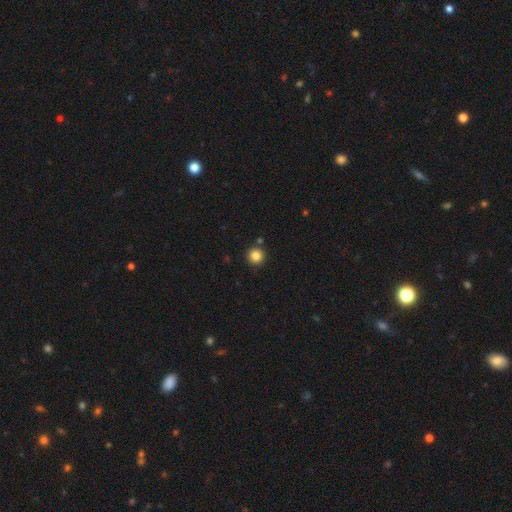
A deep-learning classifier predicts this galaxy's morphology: smooth 84%, star or artifact 11%, featured or disk 5%. Down the decision tree: how rounded — round (96%); merging — none (87%).